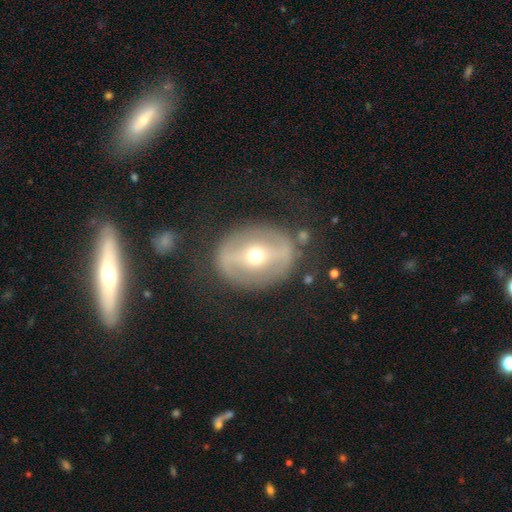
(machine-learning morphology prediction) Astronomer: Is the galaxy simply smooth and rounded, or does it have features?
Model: featured or disk — 69%.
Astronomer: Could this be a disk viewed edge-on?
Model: no — 92%.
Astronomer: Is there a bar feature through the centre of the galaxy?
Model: strong — 62%.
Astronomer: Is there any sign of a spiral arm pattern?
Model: no — 66%.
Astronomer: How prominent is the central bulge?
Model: moderate — 63%.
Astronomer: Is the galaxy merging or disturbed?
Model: none — 79%.